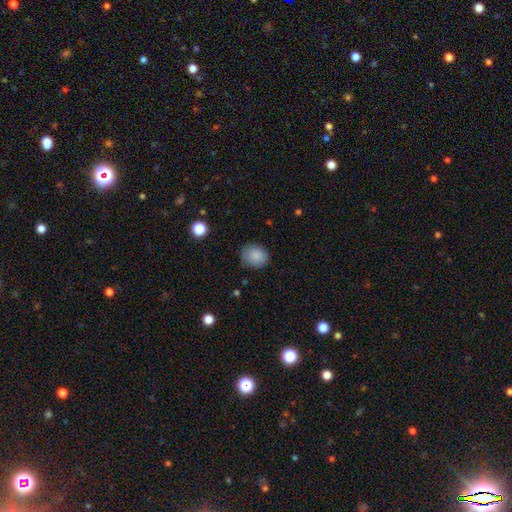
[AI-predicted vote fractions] smooth_or_featured: smooth (p=0.87) [alt: star or artifact p=0.09]
how_rounded: round (p=0.66) [alt: in between p=0.33]
merging: none (p=0.79) [alt: minor disturbance p=0.16]